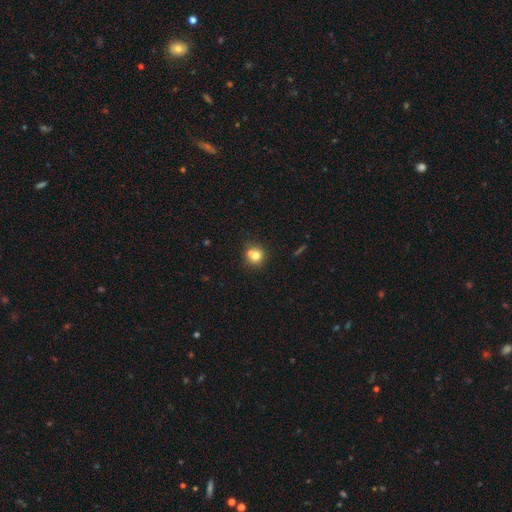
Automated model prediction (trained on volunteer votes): Smooth or featured? smooth (70%)
How rounded? round (85%)
Merging? merger (46%)